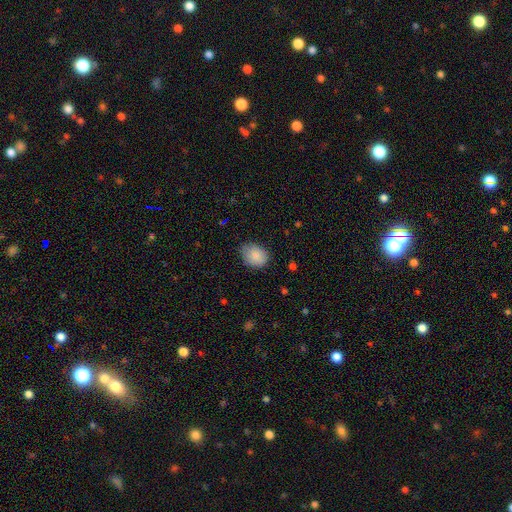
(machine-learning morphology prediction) smooth-or-featured: smooth: 87% | star or artifact: 7% | featured or disk: 6%
  how-rounded: in between: 59% | round: 41% | cigar-shaped: 1%
  merging: none: 72% | minor disturbance: 23% | major disturbance: 4% | merger: 1%